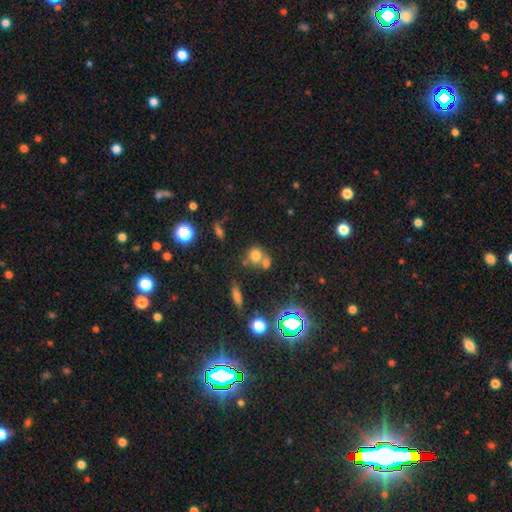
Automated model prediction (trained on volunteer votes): The model was most divided on "merging": merger: 44%, none: 41%, minor disturbance: 10%, major disturbance: 5%. More confident: how rounded — round (76%); smooth or featured — smooth (69%).